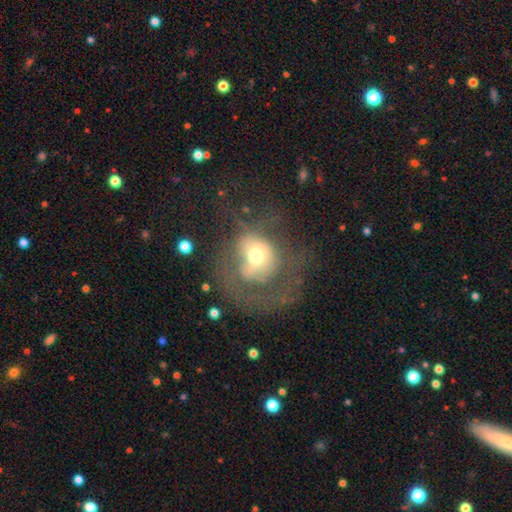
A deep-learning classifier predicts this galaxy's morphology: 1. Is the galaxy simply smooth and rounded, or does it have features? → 44% featured or disk, 43% smooth, 13% star or artifact.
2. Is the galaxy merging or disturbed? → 47% major disturbance, 32% none, 17% minor disturbance, 3% merger.